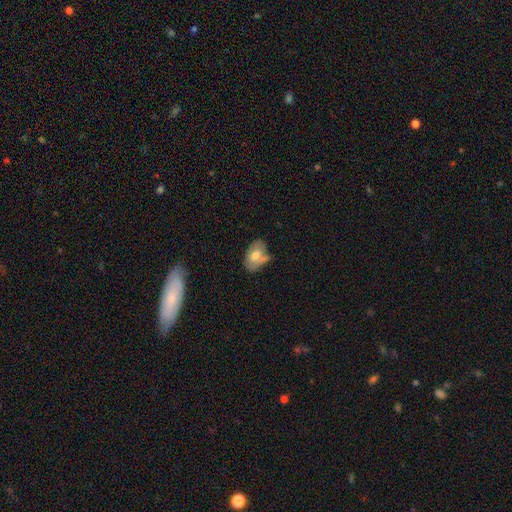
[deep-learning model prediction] Overall: smooth (63%; featured or disk 30%). How rounded: in between (88%). Merging: none (47%; minor disturbance 28%).